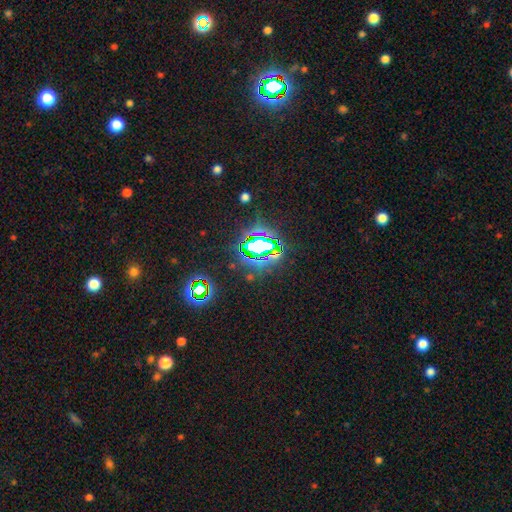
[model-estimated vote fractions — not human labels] Smooth or featured?
  - star or artifact: 81% *
  - smooth: 12%
  - featured or disk: 7%